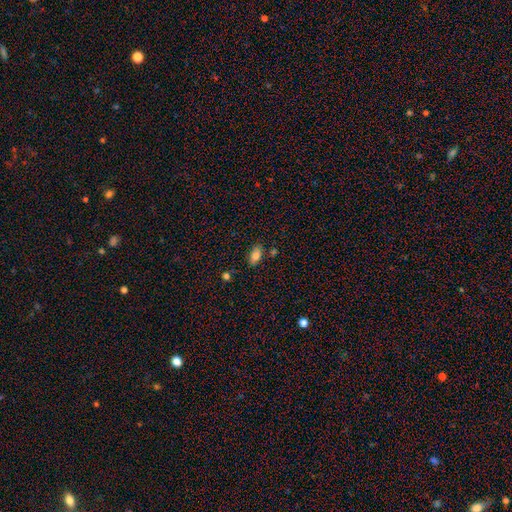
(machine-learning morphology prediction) This appears to be a smooth galaxy with no disk features (81%) that is in between round and cigar-shaped (91%). Merging: none (78%).